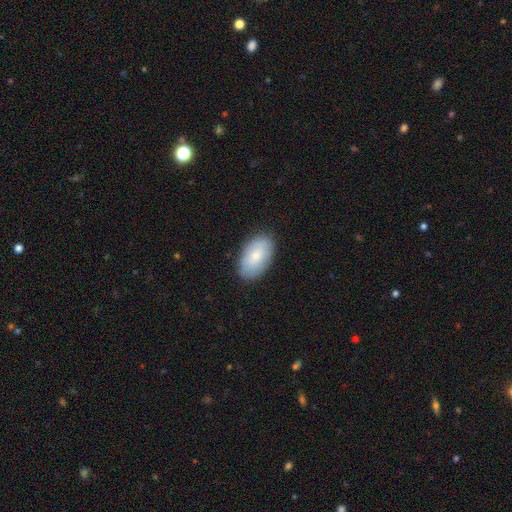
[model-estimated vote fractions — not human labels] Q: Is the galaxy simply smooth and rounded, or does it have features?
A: smooth — 78%.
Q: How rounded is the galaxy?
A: in between — 94%.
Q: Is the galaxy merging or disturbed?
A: none — 86%.